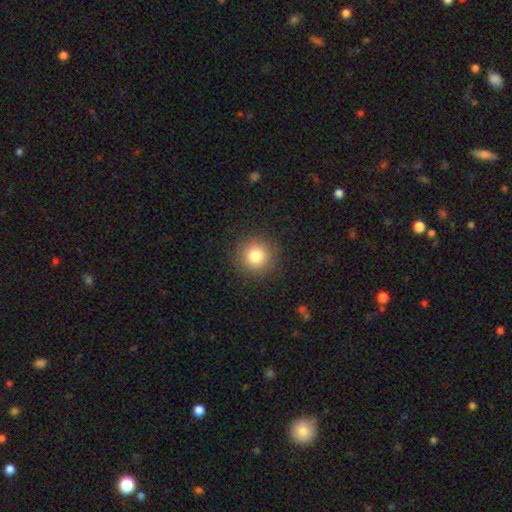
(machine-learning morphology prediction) A smooth galaxy with no disk features (83%) that is round (94%). Merging: none (90%).